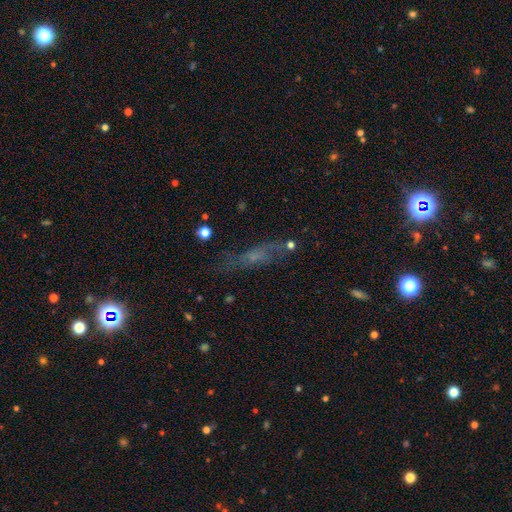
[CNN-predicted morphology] featured or disk 42%, smooth 34%, star or artifact 24%. Down the decision tree: merging — none (66%).